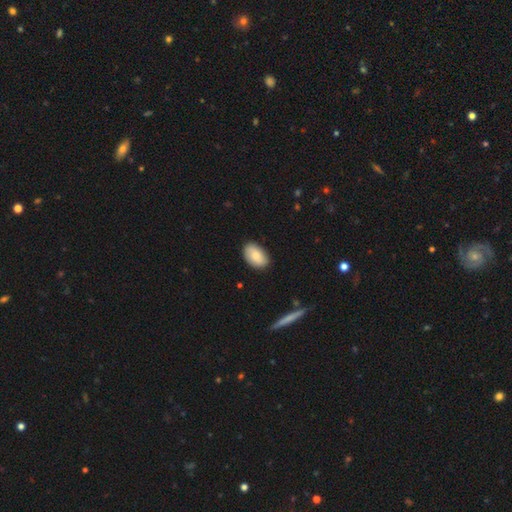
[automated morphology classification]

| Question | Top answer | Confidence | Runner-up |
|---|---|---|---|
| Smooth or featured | smooth | 82% | featured or disk (12%) |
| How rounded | in between | 91% | round (7%) |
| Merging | none | 83% | minor disturbance (13%) |